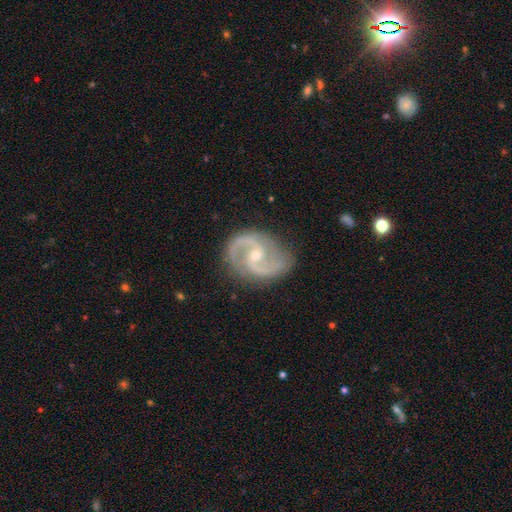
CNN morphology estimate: Smooth or featured?
  - featured or disk: 93% *
  - star or artifact: 4%
  - smooth: 3%
Edge-on disk?
  - no: 98% *
  - yes: 2%
Bar?
  - weak: 44% *
  - no: 43%
  - strong: 12%
Spiral arms?
  - yes: 98% *
  - no: 2%
Spiral winding?
  - medium: 64% *
  - tight: 21%
  - loose: 15%
Spiral arm count?
  - 2: 93% *
  - can't tell: 2%
  - 3: 2%
  - 1: 1%
  - 4: 1%
  - more than 4: 1%
Bulge size?
  - small: 52% *
  - moderate: 45%
  - none: 1%
  - large: 1%
  - dominant: 1%
Merging?
  - none: 81% *
  - minor disturbance: 14%
  - major disturbance: 4%
  - merger: 1%